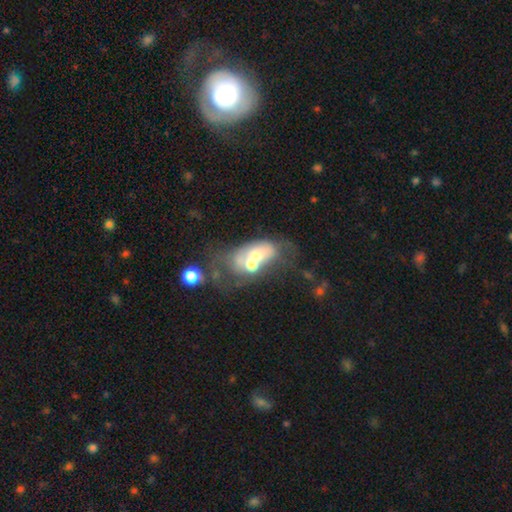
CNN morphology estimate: A featured or disk galaxy (47%).

Vote fractions:
- Smooth or featured? featured or disk: 47% / smooth: 42% / star or artifact: 11%
- Merging? merger: 54% / major disturbance: 18% / none: 17% / minor disturbance: 11%